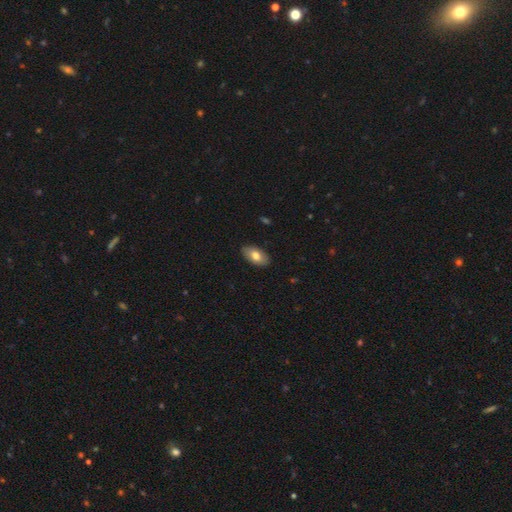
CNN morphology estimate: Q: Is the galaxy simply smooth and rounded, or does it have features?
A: smooth — 75%.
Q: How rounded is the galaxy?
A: in between — 94%.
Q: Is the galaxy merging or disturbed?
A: none — 88%.